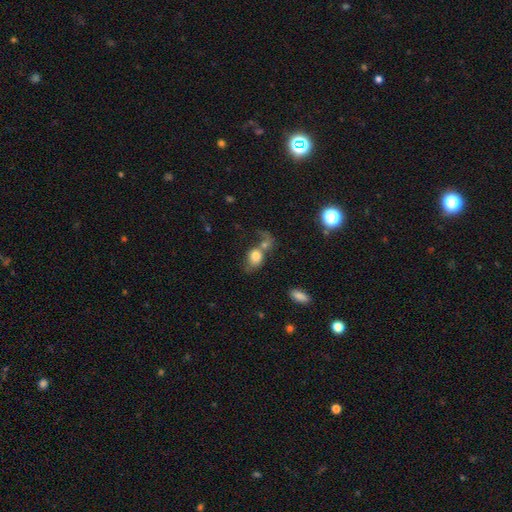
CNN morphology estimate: Overall: smooth (69%). How rounded: in between (59%; round 39%). Merging: merger (50%; major disturbance 20%).